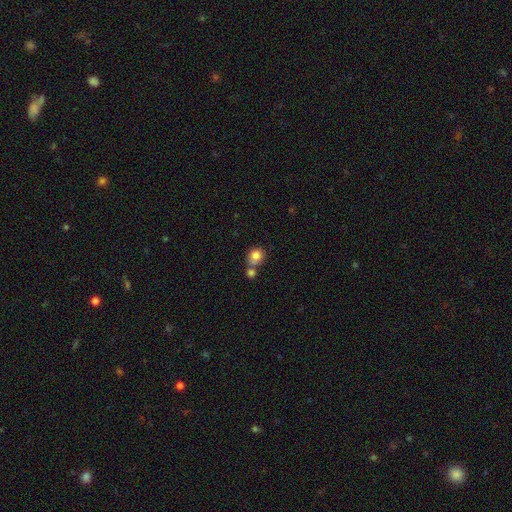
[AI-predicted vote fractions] Smooth or featured: smooth — 82% (star or artifact — 10%)
How rounded: round — 78% (in between — 21%)
Merging: none — 49% (merger — 37%)